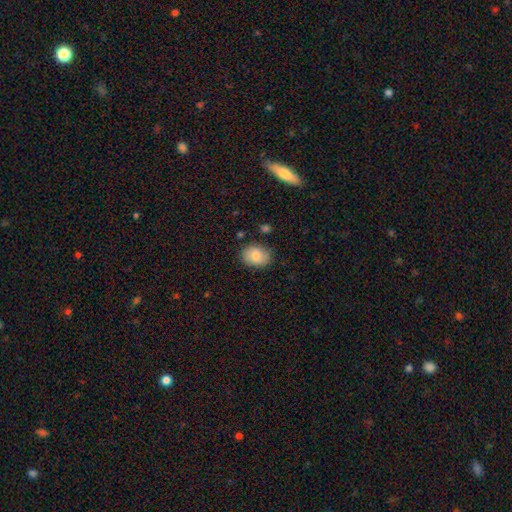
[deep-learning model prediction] This is clearly a smooth galaxy (82%). How rounded: likely in between (68%). Merging: clearly none (81%).